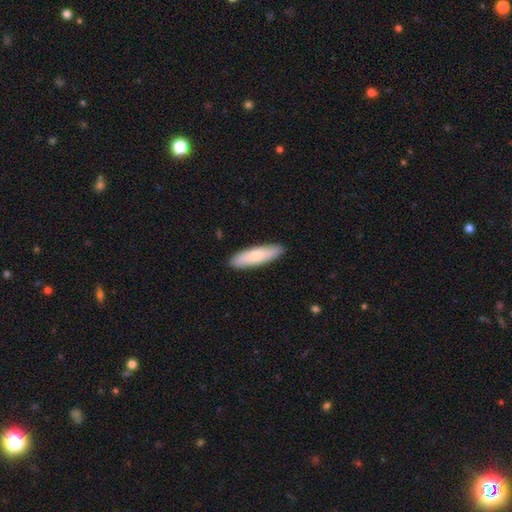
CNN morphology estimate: smooth-or-featured: smooth: 76% | featured or disk: 19% | star or artifact: 5%
  how-rounded: cigar-shaped: 61% | in between: 37% | round: 2%
  merging: none: 89% | minor disturbance: 9% | major disturbance: 2% | merger: 1%